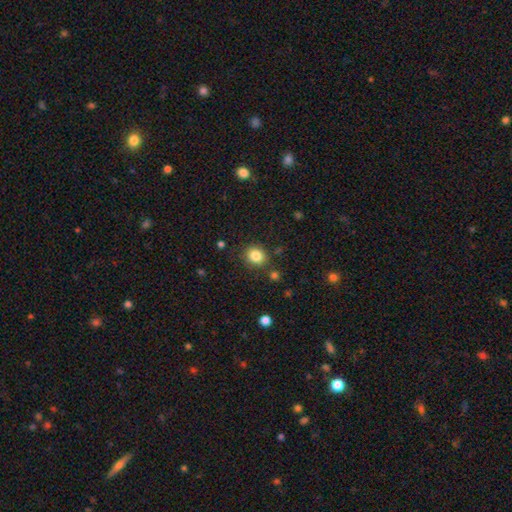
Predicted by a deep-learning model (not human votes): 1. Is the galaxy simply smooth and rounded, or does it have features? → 84% smooth, 11% star or artifact, 5% featured or disk.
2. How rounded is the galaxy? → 74% round, 25% in between, 1% cigar-shaped.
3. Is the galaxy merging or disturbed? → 84% none, 10% minor disturbance, 4% merger, 3% major disturbance.